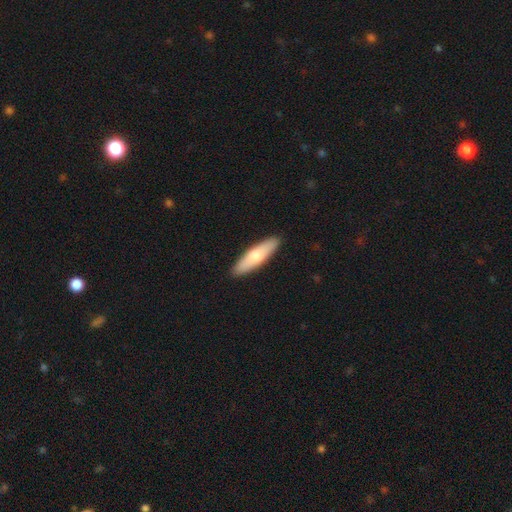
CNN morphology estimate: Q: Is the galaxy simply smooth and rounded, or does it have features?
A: smooth — 70%.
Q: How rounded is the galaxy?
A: cigar-shaped — 66%.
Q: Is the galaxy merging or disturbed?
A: none — 90%.